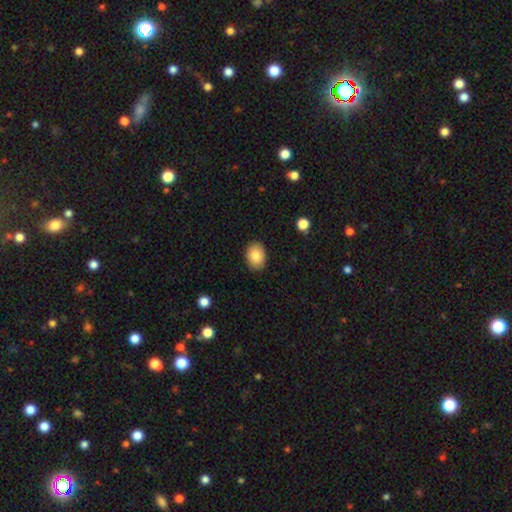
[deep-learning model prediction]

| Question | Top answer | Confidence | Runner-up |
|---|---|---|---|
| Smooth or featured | smooth | 84% | featured or disk (8%) |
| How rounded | in between | 70% | round (29%) |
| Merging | none | 88% | minor disturbance (9%) |